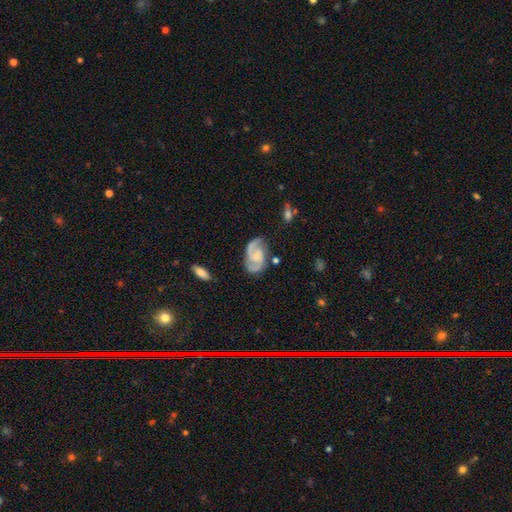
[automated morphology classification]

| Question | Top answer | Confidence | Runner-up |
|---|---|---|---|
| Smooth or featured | featured or disk | 87% | smooth (9%) |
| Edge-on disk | no | 98% | yes (2%) |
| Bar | no | 50% | weak (41%) |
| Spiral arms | yes | 97% | no (3%) |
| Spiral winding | medium | 54% | tight (32%) |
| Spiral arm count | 2 | 89% | can't tell (3%) |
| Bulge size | small | 41% | none (30%) |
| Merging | none | 74% | minor disturbance (17%) |